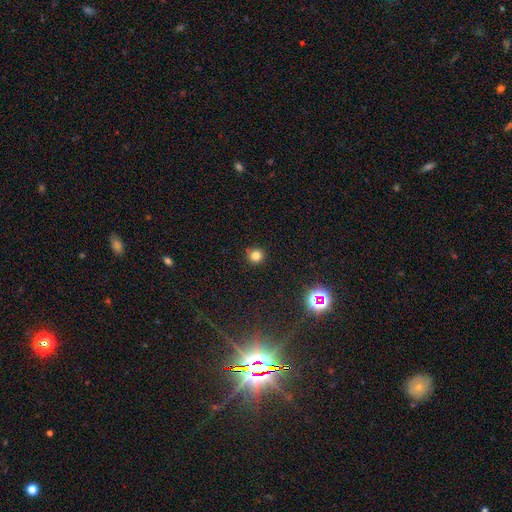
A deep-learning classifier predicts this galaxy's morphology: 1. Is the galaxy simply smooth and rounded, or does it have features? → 80% smooth, 14% star or artifact, 5% featured or disk.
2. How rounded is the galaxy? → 94% round, 5% in between, 1% cigar-shaped.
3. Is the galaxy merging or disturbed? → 90% none, 7% minor disturbance, 2% major disturbance, 1% merger.